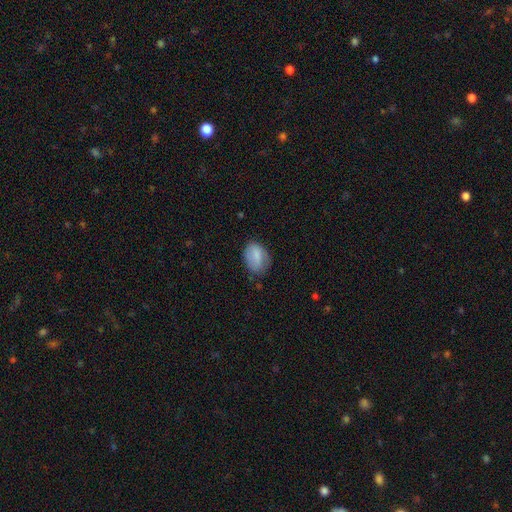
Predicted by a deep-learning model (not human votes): Smooth or featured? Predicted: smooth (p=0.77). How rounded? Predicted: in between (p=0.80). Merging? Predicted: none (p=0.64).